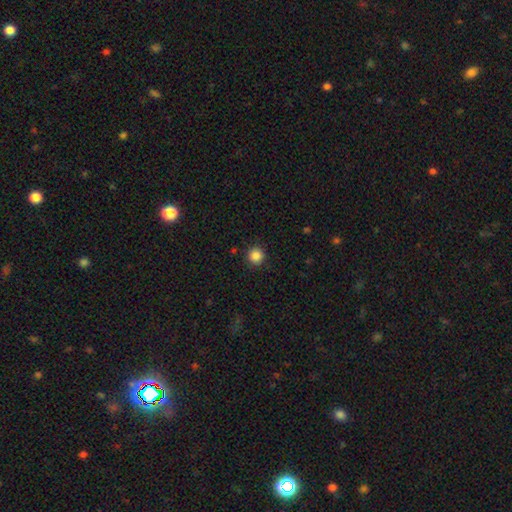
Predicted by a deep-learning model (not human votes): Smooth or featured?
  - smooth: 86% *
  - star or artifact: 11%
  - featured or disk: 3%
How rounded?
  - round: 95% *
  - in between: 4%
  - cigar-shaped: 1%
Merging?
  - none: 92% *
  - minor disturbance: 5%
  - major disturbance: 2%
  - merger: 1%